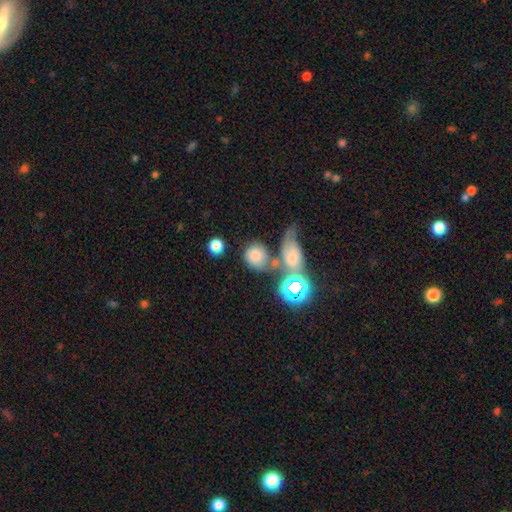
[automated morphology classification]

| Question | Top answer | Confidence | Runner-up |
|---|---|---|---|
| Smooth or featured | smooth | 73% | star or artifact (14%) |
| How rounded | round | 72% | in between (26%) |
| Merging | none | 46% | merger (29%) |